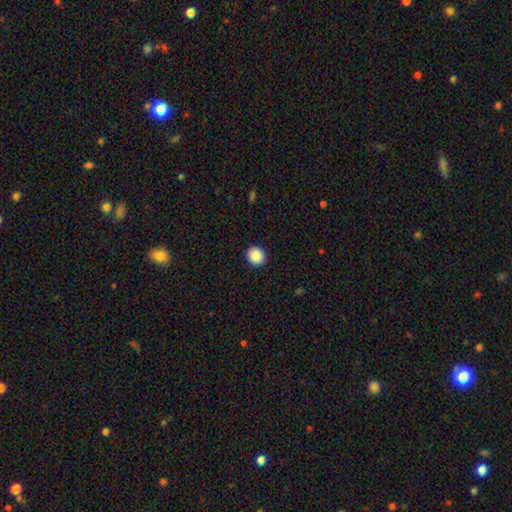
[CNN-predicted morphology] Smooth or featured: smooth — 89% (star or artifact — 8%)
How rounded: round — 79% (in between — 20%)
Merging: none — 92% (minor disturbance — 6%)